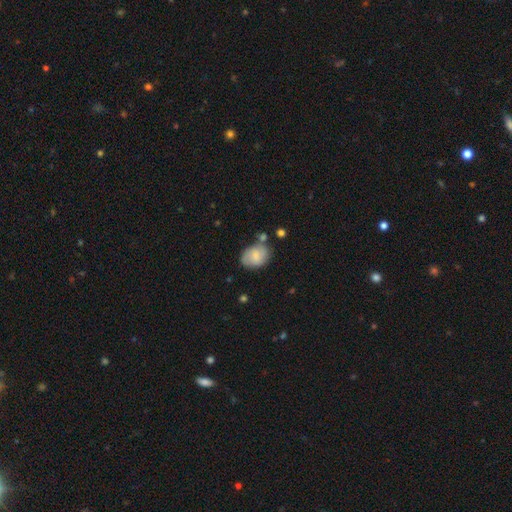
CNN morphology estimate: A smooth galaxy with no disk features (67%) that is in between round and cigar-shaped (70%).

Vote fractions:
- Smooth or featured? smooth: 67% / featured or disk: 26% / star or artifact: 7%
- How rounded? in between: 70% / round: 29% / cigar-shaped: 1%
- Merging? none: 62% / minor disturbance: 22% / merger: 10% / major disturbance: 6%